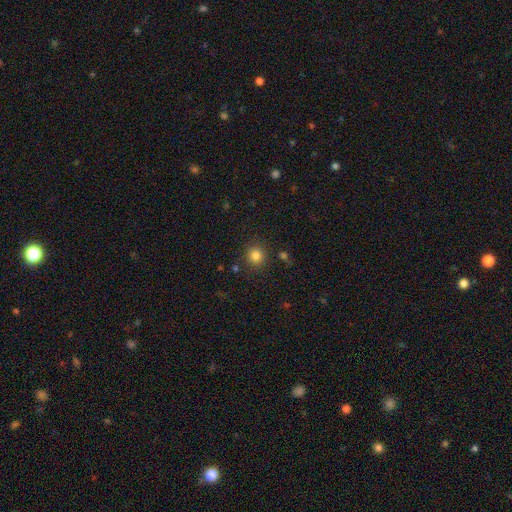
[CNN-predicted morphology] smooth 83%, star or artifact 12%, featured or disk 5%. Down the decision tree: how rounded — round (92%); merging — none (87%).